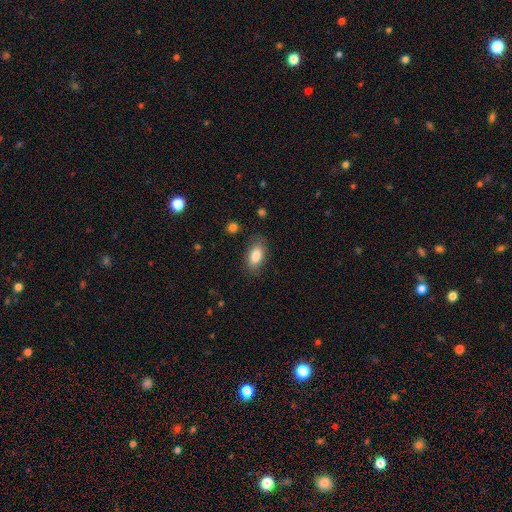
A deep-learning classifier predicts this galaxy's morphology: This appears to be a smooth galaxy with no disk features (84%) that is in between round and cigar-shaped (91%). Merging: none (82%).